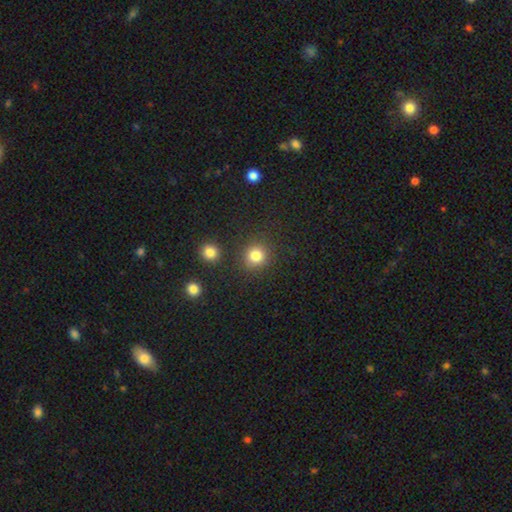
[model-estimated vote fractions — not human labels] smooth_or_featured: smooth (p=0.83) [alt: star or artifact p=0.13]
how_rounded: round (p=0.89) [alt: in between p=0.10]
merging: none (p=0.85) [alt: minor disturbance p=0.08]